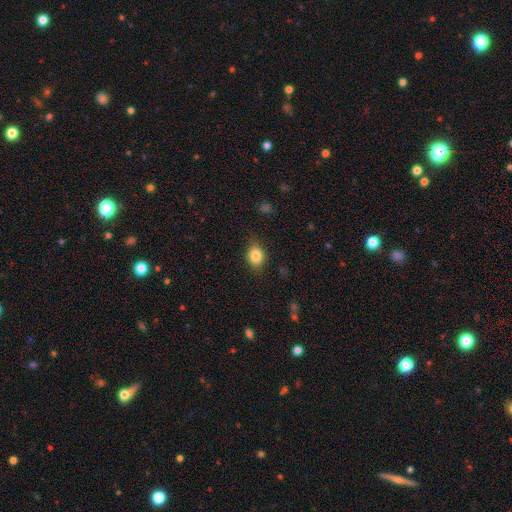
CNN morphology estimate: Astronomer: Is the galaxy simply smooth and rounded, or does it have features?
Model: smooth — 83%.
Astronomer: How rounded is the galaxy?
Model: in between — 55% (runner-up: round, 43%).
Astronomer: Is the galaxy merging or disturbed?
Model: none — 81%.